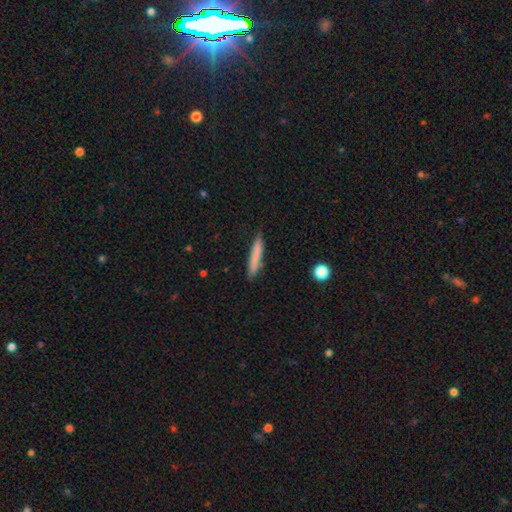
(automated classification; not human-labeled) A smooth galaxy with no disk features (76%) that is cigar-shaped (94%).

Vote fractions:
- Smooth or featured? smooth: 76% / featured or disk: 17% / star or artifact: 6%
- How rounded? cigar-shaped: 94% / in between: 4% / round: 1%
- Merging? none: 86% / minor disturbance: 10% / major disturbance: 2% / merger: 2%